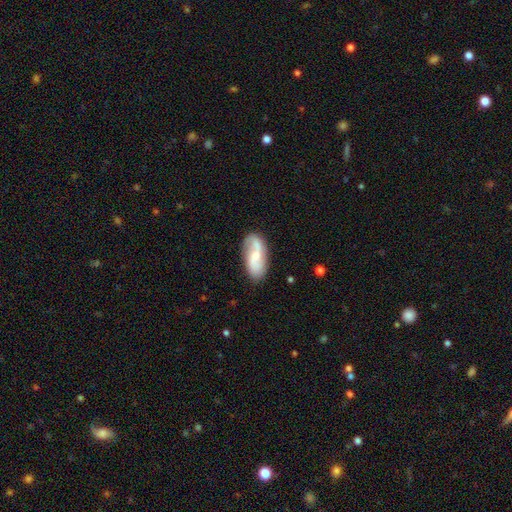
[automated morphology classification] Q: Smooth or featured?
A: featured or disk (68%); runner-up: smooth (26%)
Q: Edge-on disk?
A: no (95%); runner-up: yes (5%)
Q: Bar?
A: no (46%); runner-up: weak (42%)
Q: Spiral arms?
A: yes (92%); runner-up: no (8%)
Q: Spiral winding?
A: loose (55%); runner-up: medium (33%)
Q: Spiral arm count?
A: 2 (84%); runner-up: can't tell (7%)
Q: Bulge size?
A: small (51%); runner-up: moderate (39%)
Q: Merging?
A: none (76%); runner-up: minor disturbance (17%)